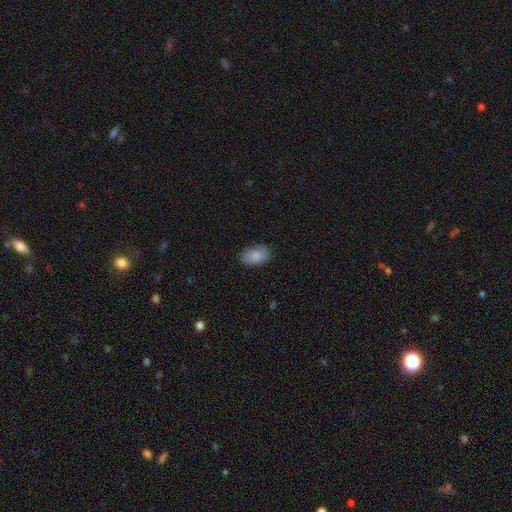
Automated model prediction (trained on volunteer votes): smooth 85%, featured or disk 8%, star or artifact 7%. Down the decision tree: how rounded — in between (91%); merging — none (84%).